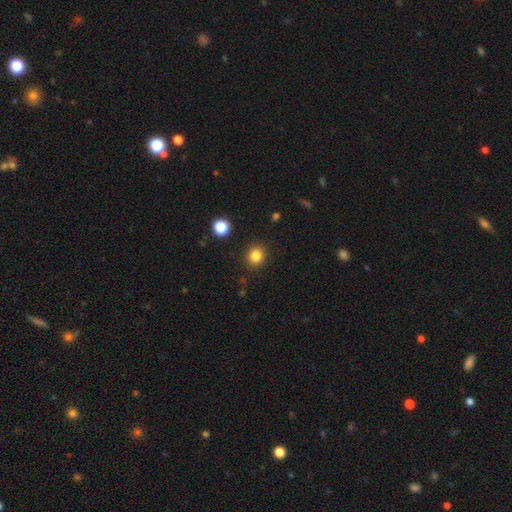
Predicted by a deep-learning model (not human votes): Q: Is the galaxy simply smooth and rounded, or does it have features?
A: smooth — 84%.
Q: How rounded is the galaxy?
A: round — 83%.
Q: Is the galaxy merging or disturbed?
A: none — 90%.